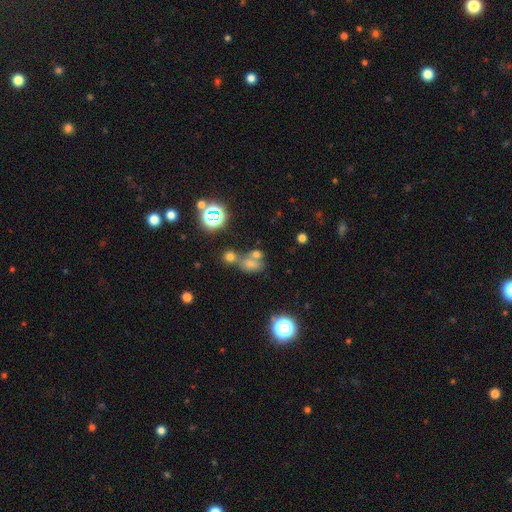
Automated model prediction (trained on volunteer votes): smooth-or-featured: smooth: 54% | star or artifact: 31% | featured or disk: 15%
  how-rounded: in between: 56% | round: 41% | cigar-shaped: 3%
  merging: merger: 42% | none: 39% | minor disturbance: 11% | major disturbance: 7%